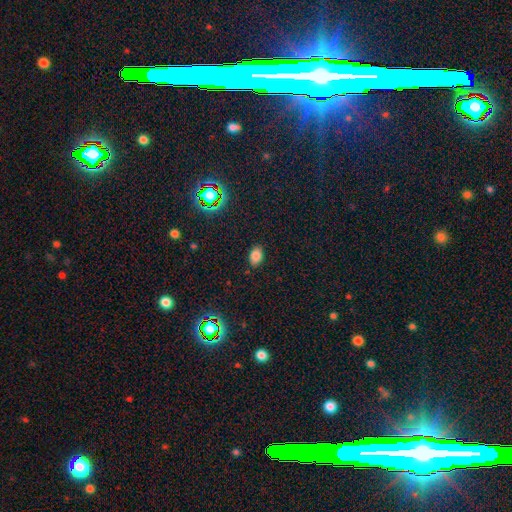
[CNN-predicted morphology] smooth_or_featured: smooth (p=0.80) [alt: star or artifact p=0.14]
how_rounded: in between (p=0.84) [alt: round p=0.14]
merging: none (p=0.86) [alt: minor disturbance p=0.11]